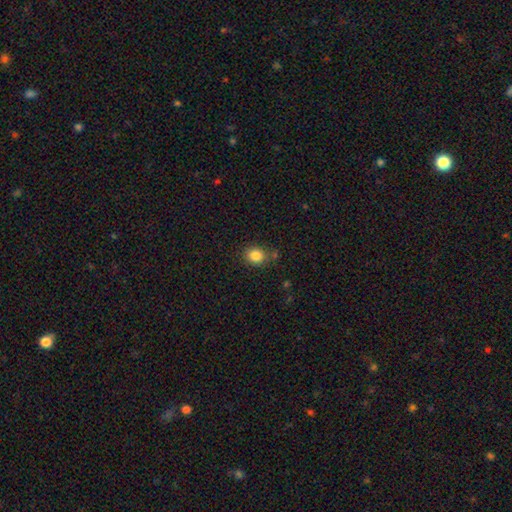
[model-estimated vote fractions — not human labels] Morphology: type=smooth (84%); roundness=round (69%); merging=none (79%).